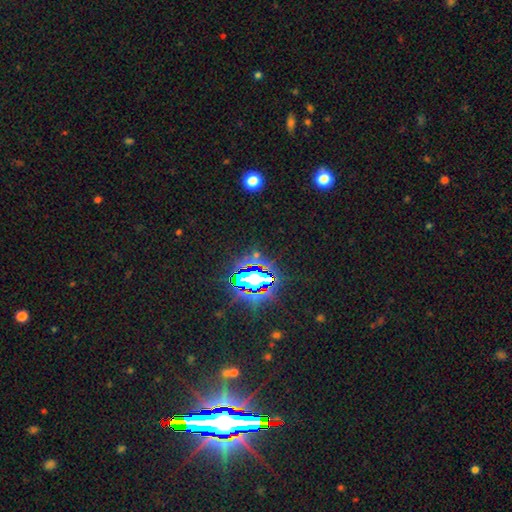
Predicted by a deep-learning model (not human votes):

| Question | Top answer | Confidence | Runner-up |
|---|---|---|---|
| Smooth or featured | star or artifact | 76% | smooth (15%) |